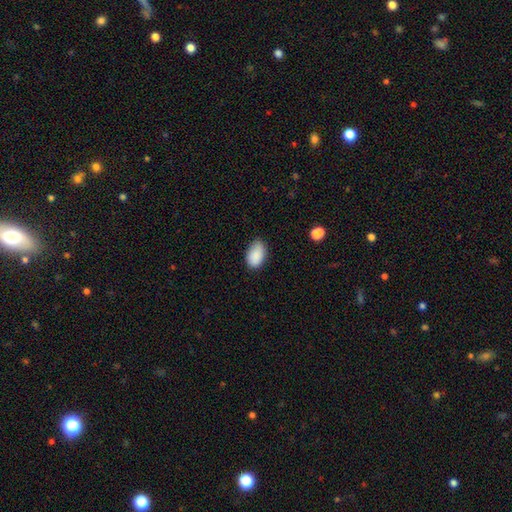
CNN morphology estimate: Smooth or featured: smooth — 88% (star or artifact — 7%)
How rounded: in between — 91% (round — 7%)
Merging: none — 71% (minor disturbance — 24%)